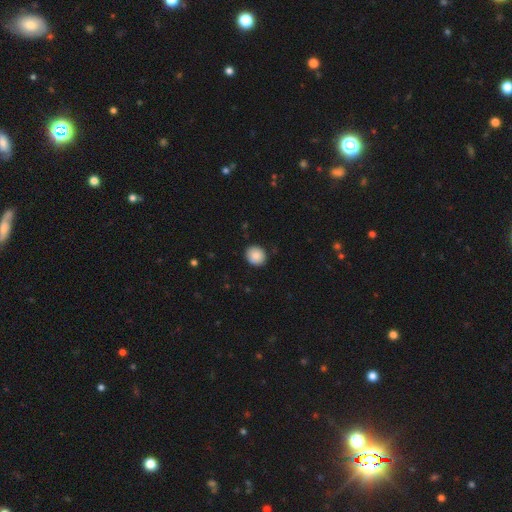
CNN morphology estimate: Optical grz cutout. It shows a smooth galaxy with no disk features (87%) that is round (82%). Merging: none (89%).